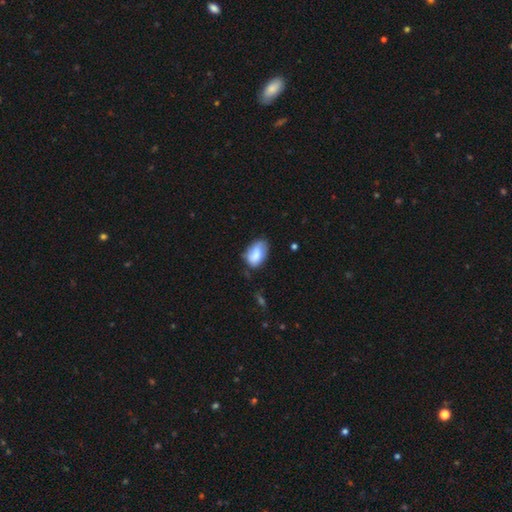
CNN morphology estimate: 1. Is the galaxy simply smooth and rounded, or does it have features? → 73% smooth, 20% featured or disk, 7% star or artifact.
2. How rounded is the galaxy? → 89% in between, 10% round, 2% cigar-shaped.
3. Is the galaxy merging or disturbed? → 55% none, 33% minor disturbance, 9% major disturbance, 3% merger.